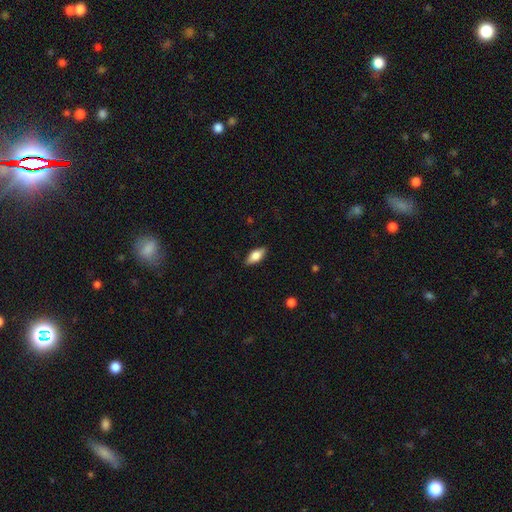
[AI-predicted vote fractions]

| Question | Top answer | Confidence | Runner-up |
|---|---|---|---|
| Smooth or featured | smooth | 73% | featured or disk (20%) |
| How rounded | in between | 83% | cigar-shaped (15%) |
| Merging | none | 87% | minor disturbance (10%) |